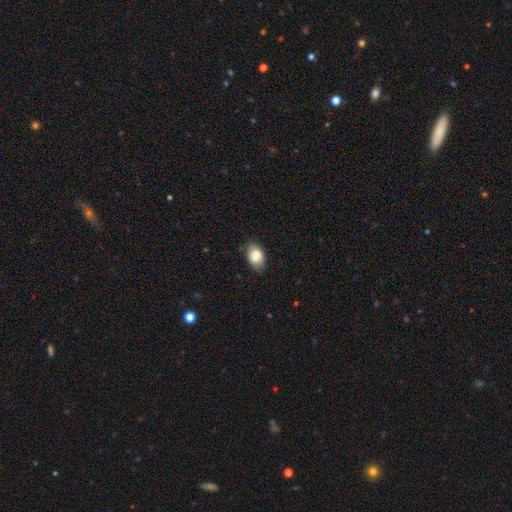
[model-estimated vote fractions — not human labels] Smooth or featured? smooth (83%)
How rounded? in between (88%)
Merging? none (78%)